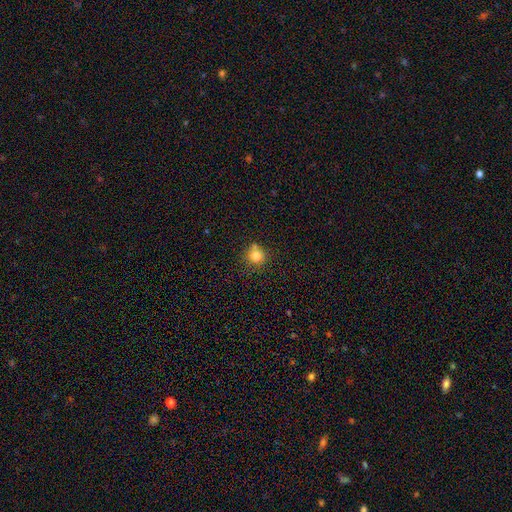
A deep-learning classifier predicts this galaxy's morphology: smooth_or_featured: smooth (p=0.80) [alt: star or artifact p=0.12]
how_rounded: round (p=0.91) [alt: in between p=0.08]
merging: none (p=0.69) [alt: merger p=0.15]